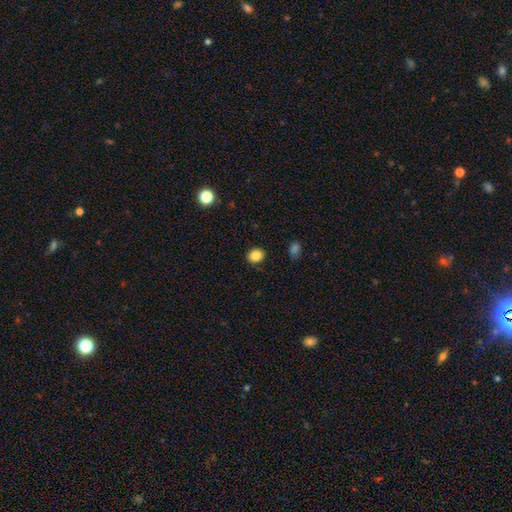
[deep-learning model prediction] A smooth galaxy with no disk features (86%) that is round (68%).

Vote fractions:
- Smooth or featured? smooth: 86% / star or artifact: 10% / featured or disk: 4%
- How rounded? round: 68% / in between: 31% / cigar-shaped: 1%
- Merging? none: 89% / minor disturbance: 7% / major disturbance: 2% / merger: 1%